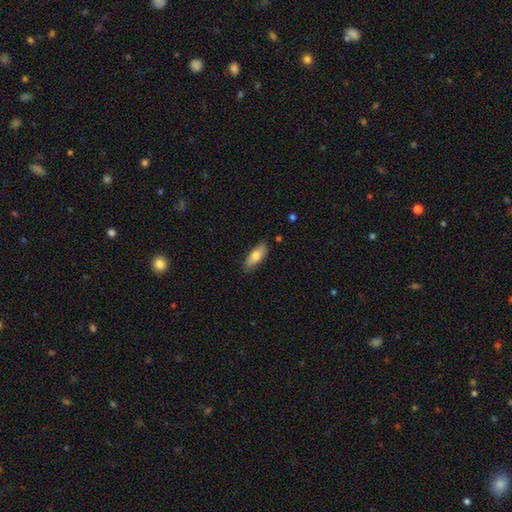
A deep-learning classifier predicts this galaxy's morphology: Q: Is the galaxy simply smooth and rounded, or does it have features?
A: smooth — 74%.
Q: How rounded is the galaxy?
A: in between — 75%.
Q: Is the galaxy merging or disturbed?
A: none — 83%.